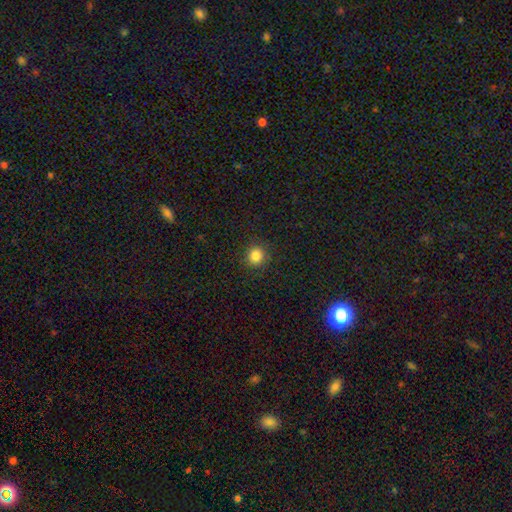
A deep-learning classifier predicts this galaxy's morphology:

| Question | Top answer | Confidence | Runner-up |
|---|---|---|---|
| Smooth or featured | smooth | 84% | star or artifact (12%) |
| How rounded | round | 93% | in between (6%) |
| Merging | none | 91% | minor disturbance (6%) |